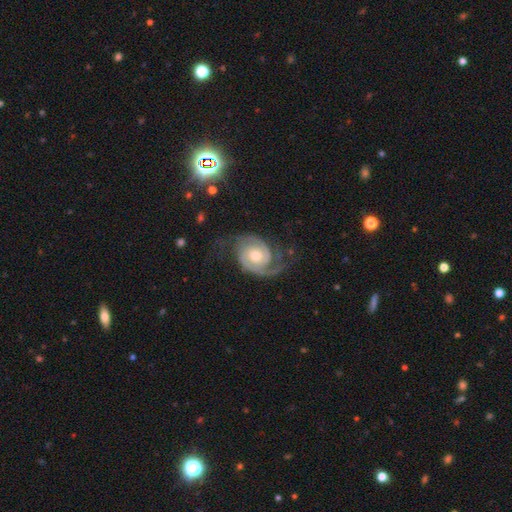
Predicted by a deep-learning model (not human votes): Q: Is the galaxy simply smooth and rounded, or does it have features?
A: featured or disk — 91%.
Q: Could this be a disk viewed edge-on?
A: no — 98%.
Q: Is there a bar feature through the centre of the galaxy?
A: no — 69%.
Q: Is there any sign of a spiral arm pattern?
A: yes — 98%.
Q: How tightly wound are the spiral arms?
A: tight — 48%.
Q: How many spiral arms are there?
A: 2 — 89%.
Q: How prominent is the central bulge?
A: moderate — 70%.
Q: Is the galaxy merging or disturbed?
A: none — 69%.